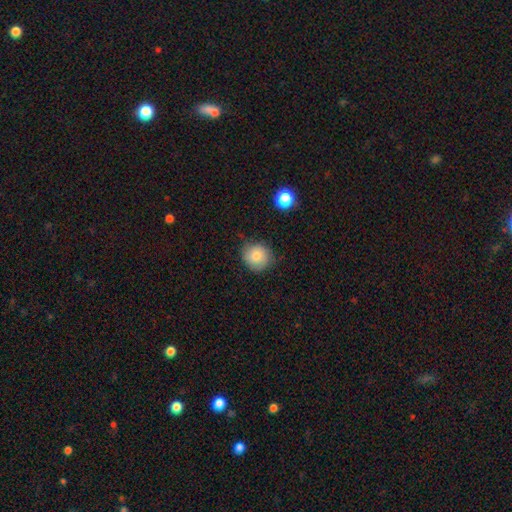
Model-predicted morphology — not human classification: A smooth galaxy with no disk features (82%) that is round (90%). Merging: none (77%).